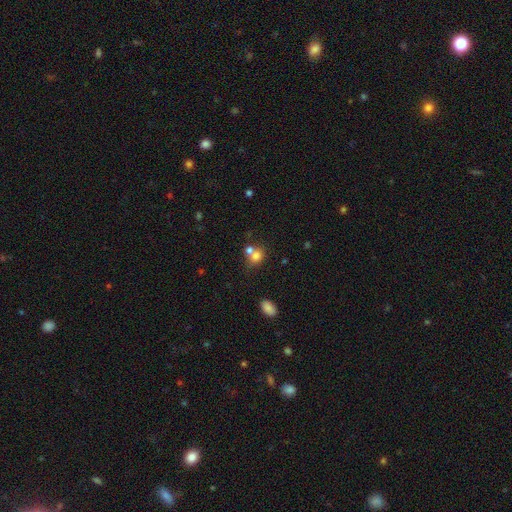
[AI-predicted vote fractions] smooth-or-featured: smooth: 75% | featured or disk: 13% | star or artifact: 13%
  how-rounded: round: 61% | in between: 38% | cigar-shaped: 1%
  merging: merger: 48% | none: 40% | minor disturbance: 9% | major disturbance: 4%